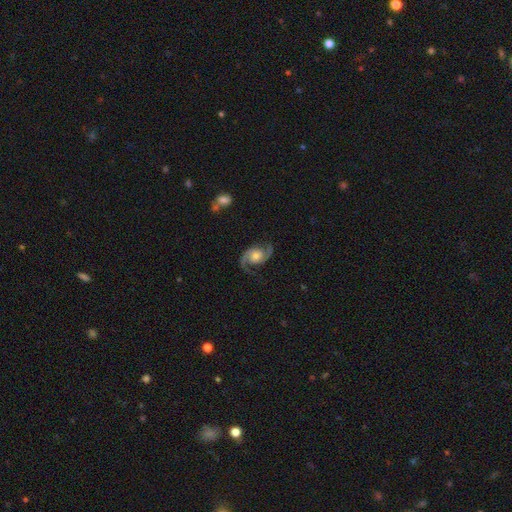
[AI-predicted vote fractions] Smooth or featured: featured or disk — 90% (smooth — 6%)
Edge-on disk: no — 98% (yes — 2%)
Bar: no — 71% (weak — 24%)
Spiral arms: yes — 98% (no — 2%)
Spiral winding: medium — 51% (loose — 35%)
Spiral arm count: 2 — 94% (1 — 2%)
Bulge size: moderate — 58% (small — 22%)
Merging: none — 79% (minor disturbance — 13%)